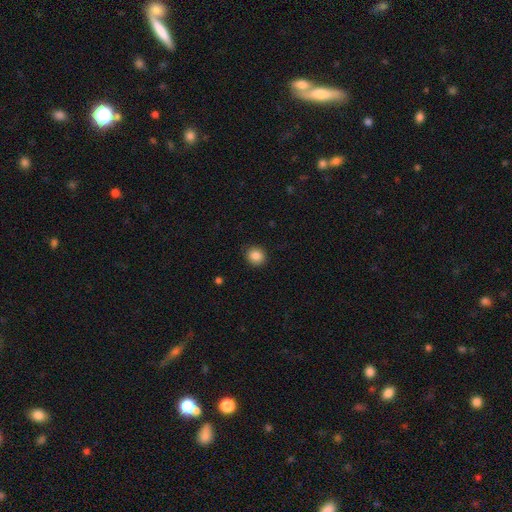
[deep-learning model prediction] smooth 86%, star or artifact 10%, featured or disk 4%. Down the decision tree: how rounded — round (81%); merging — none (90%).